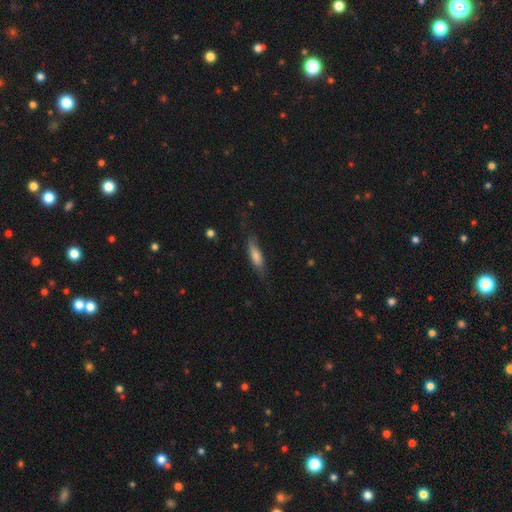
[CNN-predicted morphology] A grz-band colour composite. It shows a smooth galaxy with no disk features (60%) that is cigar-shaped (63%). Merging: none (67%).